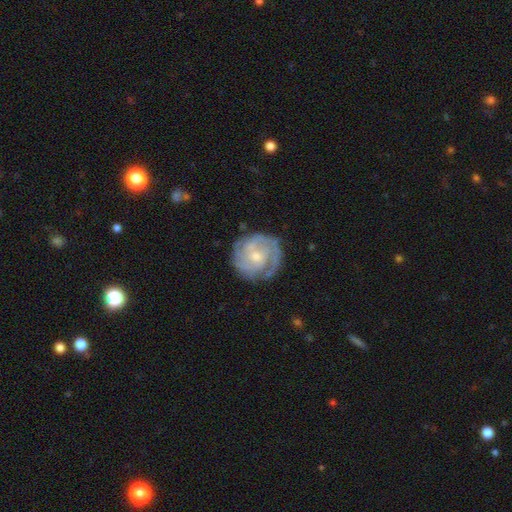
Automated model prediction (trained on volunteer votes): Smooth or featured? featured or disk (80%)
Edge-on disk? no (98%)
Bar? no (69%)
Spiral arms? yes (92%)
Spiral winding? tight (63%)
Spiral arm count? can't tell (35%)
Bulge size? small (59%)
Merging? none (76%)